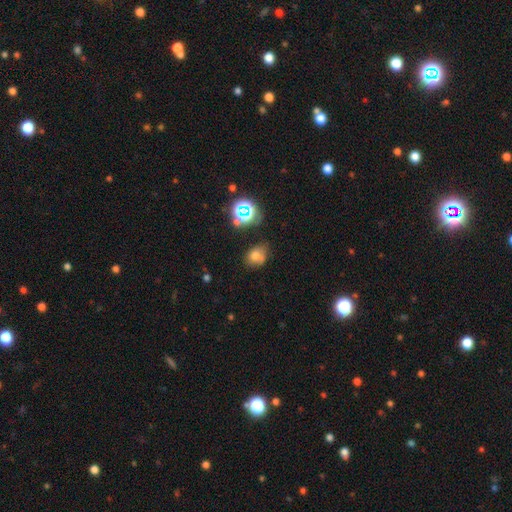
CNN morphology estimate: Smooth or featured? smooth (66%)
How rounded? round (50%)
Merging? none (54%)